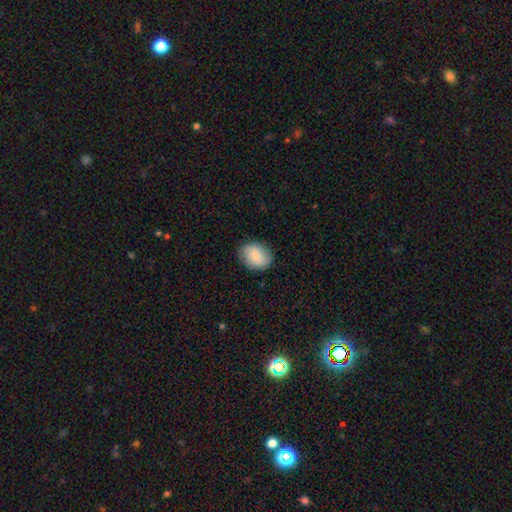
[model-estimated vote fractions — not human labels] This is clearly a smooth galaxy (82%). How rounded: likely in between (66%). Merging: clearly none (85%).